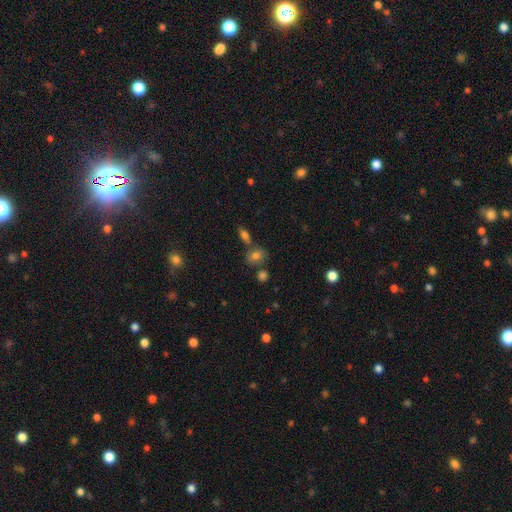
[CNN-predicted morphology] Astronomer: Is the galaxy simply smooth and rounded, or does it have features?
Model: smooth — 76%.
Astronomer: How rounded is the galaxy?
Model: round — 52% (runner-up: in between, 46%).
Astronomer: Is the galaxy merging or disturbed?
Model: none — 61%.